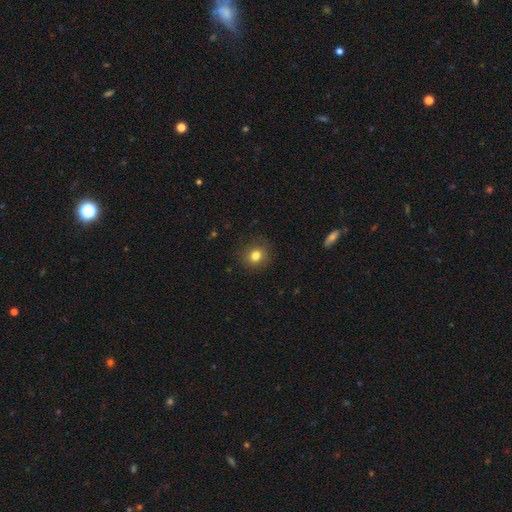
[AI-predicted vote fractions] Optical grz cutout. It shows a smooth galaxy with no disk features (81%) that is round (81%). Merging: none (87%).